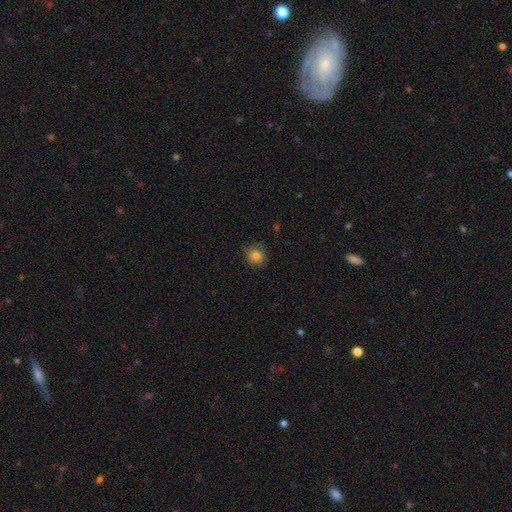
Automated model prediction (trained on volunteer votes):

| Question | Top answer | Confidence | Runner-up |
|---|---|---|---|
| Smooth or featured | smooth | 82% | star or artifact (11%) |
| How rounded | round | 84% | in between (15%) |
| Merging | none | 80% | minor disturbance (16%) |